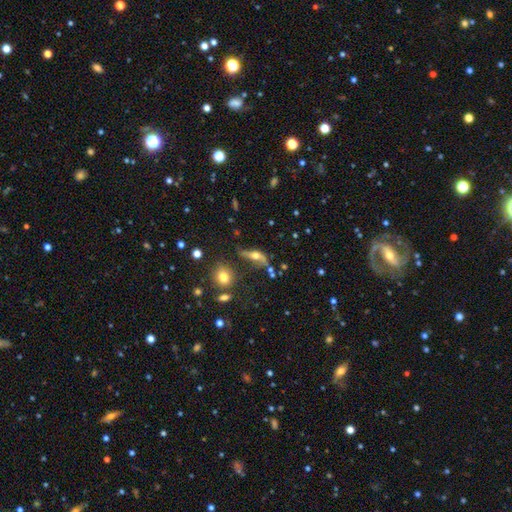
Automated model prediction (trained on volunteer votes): The model was most divided on "edge-on disk": no: 55%, yes: 45%. Remaining: smooth or featured — featured or disk (60%); merging — none (48%).